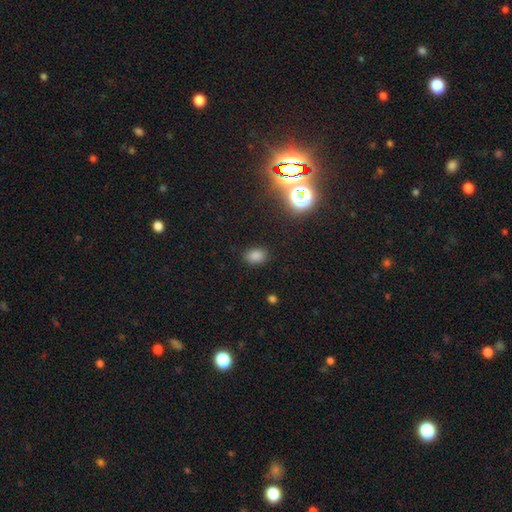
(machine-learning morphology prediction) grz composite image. It shows a smooth galaxy with no disk features (79%) that is in between round and cigar-shaped (75%). Merging: none (85%).